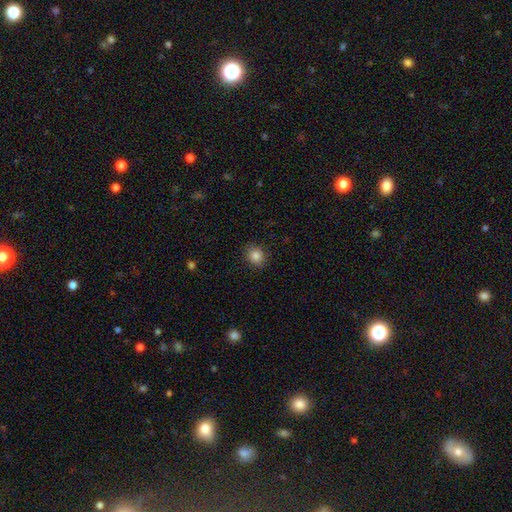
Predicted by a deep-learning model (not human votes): This appears to be a smooth galaxy with no disk features (85%) that is round (71%). Merging: none (89%).